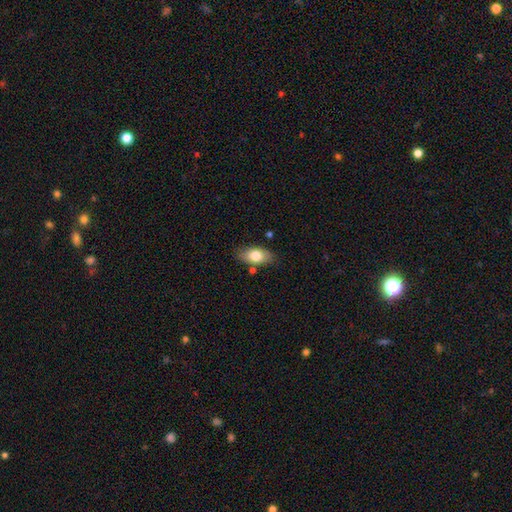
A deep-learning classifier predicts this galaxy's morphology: Smooth or featured? smooth (77%)
How rounded? in between (90%)
Merging? none (78%)